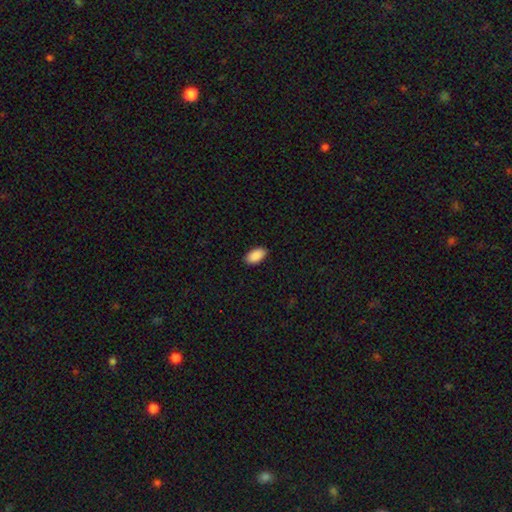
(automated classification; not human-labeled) Smooth or featured: smooth — 91% (star or artifact — 7%)
How rounded: in between — 95% (round — 3%)
Merging: none — 89% (minor disturbance — 8%)